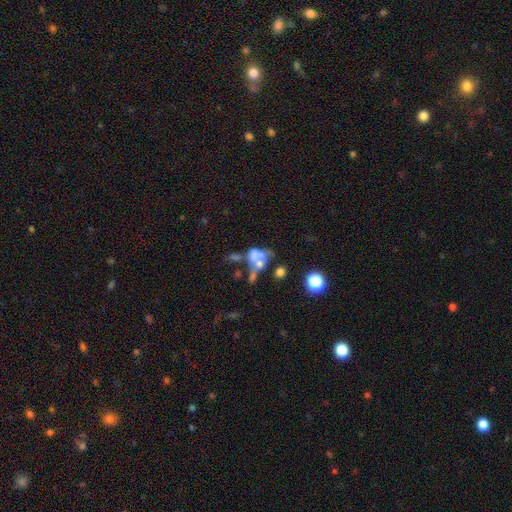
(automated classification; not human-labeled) Q: Smooth or featured?
A: featured or disk (42%); tied with: smooth (42%)
Q: Merging?
A: merger (51%); runner-up: major disturbance (22%)